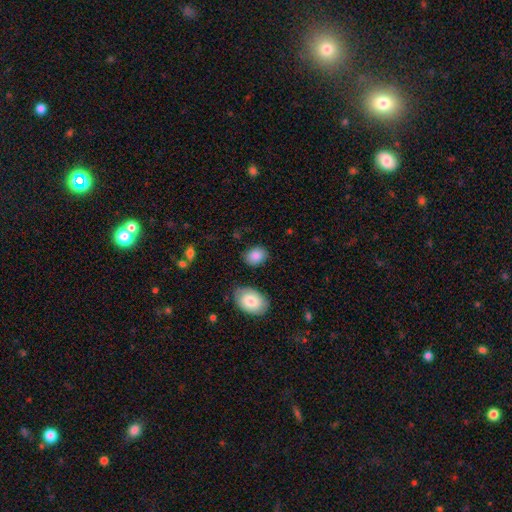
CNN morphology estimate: type=smooth (86%); roundness=in between (67%); merging=none (80%).